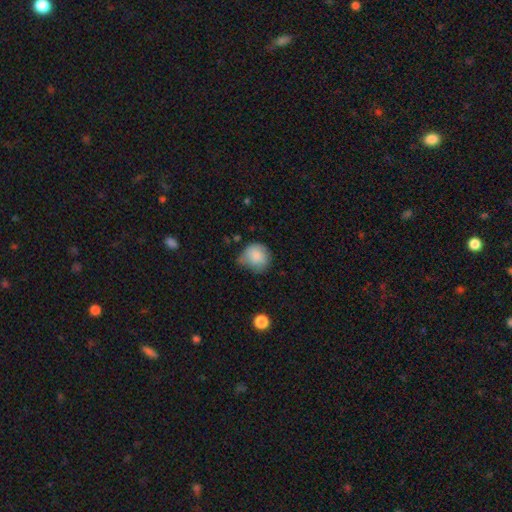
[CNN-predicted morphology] This is clearly a smooth galaxy (82%). How rounded: clearly round (82%). Merging: marginally minor disturbance (43%).